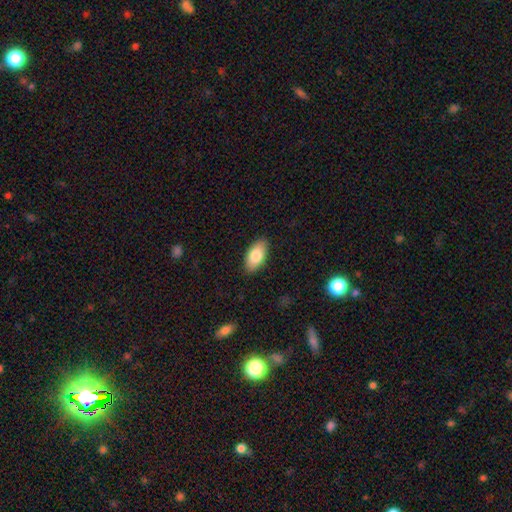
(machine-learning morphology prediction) smooth-or-featured: smooth: 82% | featured or disk: 12% | star or artifact: 6%
  how-rounded: in between: 94% | cigar-shaped: 4% | round: 3%
  merging: none: 88% | minor disturbance: 9% | major disturbance: 2% | merger: 1%